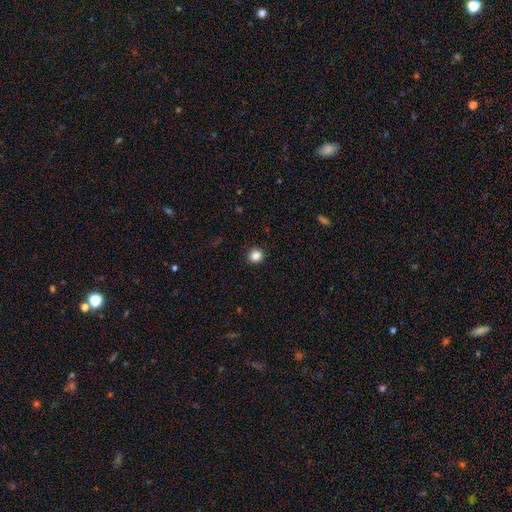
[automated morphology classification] Smooth or featured? Predicted: smooth (p=0.85). How rounded? Predicted: round (p=0.94). Merging? Predicted: none (p=0.93).